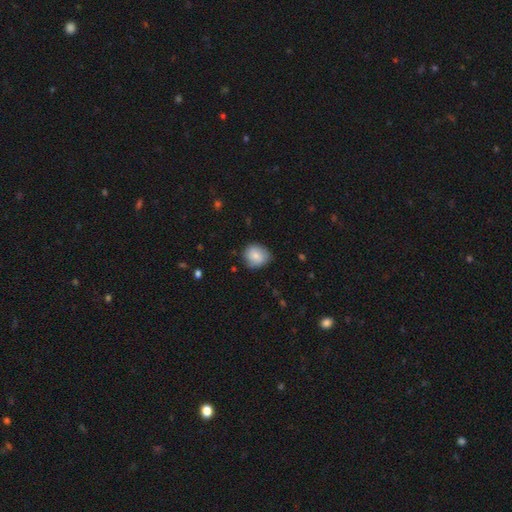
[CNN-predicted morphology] smooth 82%, featured or disk 11%, star or artifact 7%. Down the decision tree: how rounded — round (77%); merging — none (75%).